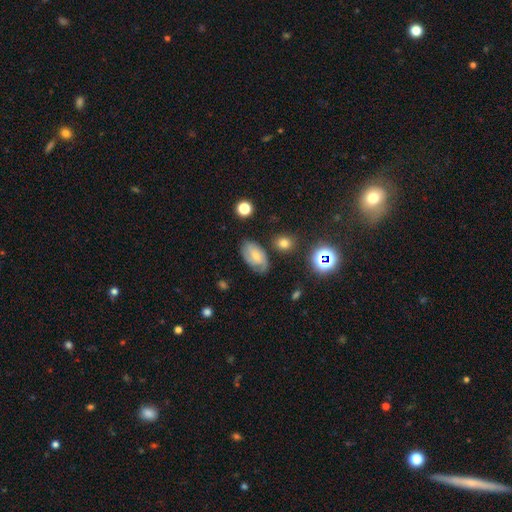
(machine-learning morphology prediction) A featured or disk galaxy (49%).

Vote fractions:
- Smooth or featured? featured or disk: 49% / smooth: 41% / star or artifact: 10%
- Merging? none: 68% / minor disturbance: 21% / major disturbance: 7% / merger: 4%